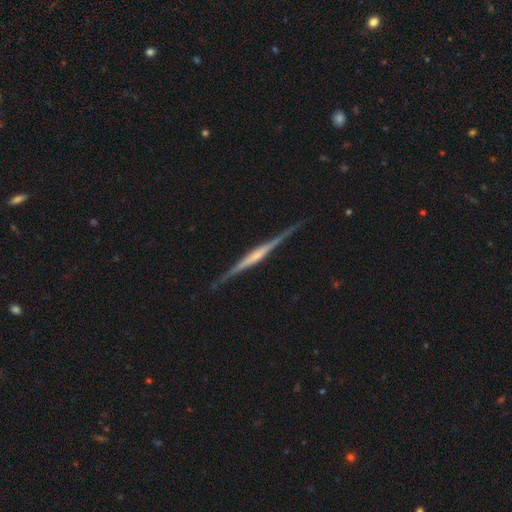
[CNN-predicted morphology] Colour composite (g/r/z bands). It shows a featured or disk galaxy (81%) viewed edge-on (98%) with a rounded central bulge (48%). Merging: none (88%).